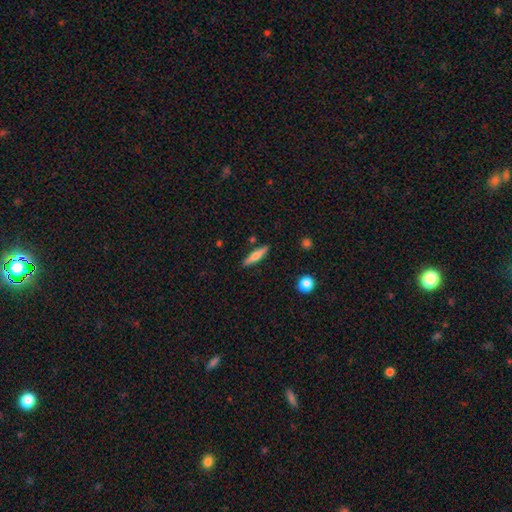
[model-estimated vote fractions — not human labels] Morphology: type=smooth (59%); roundness=cigar-shaped (78%); merging=none (87%).